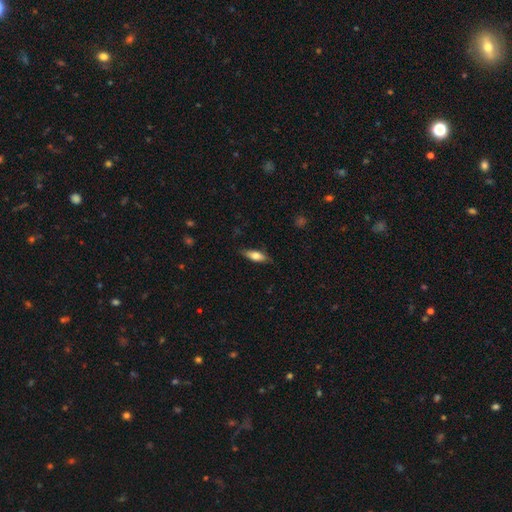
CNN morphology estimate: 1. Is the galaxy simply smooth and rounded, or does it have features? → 69% smooth, 25% featured or disk, 6% star or artifact.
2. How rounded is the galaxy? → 59% in between, 38% cigar-shaped, 2% round.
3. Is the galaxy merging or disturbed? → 83% none, 13% minor disturbance, 3% major disturbance, 1% merger.